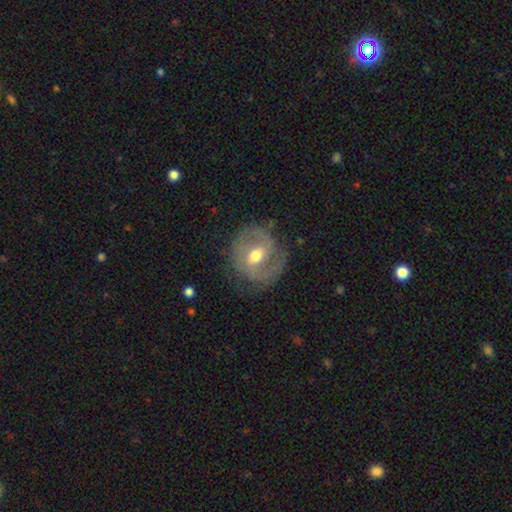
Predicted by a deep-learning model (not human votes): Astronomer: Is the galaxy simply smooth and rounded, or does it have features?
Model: featured or disk — 69%.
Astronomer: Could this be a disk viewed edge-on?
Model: no — 96%.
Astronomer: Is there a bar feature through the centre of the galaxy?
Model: weak — 52% (runner-up: no, 27%).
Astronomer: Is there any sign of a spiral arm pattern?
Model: yes — 70%.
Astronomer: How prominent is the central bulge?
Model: moderate — 75%.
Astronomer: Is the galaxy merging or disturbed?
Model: none — 65%.